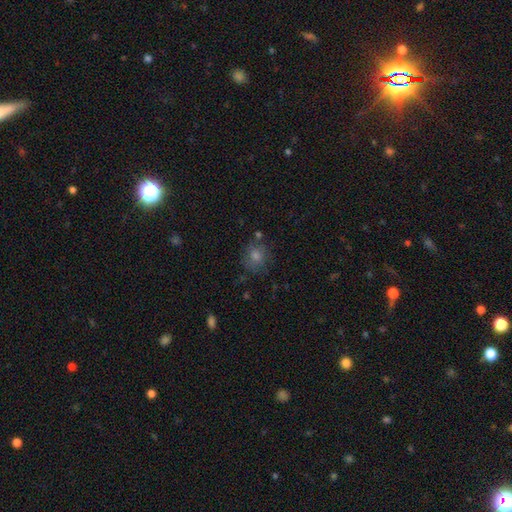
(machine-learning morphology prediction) Smooth or featured?
  - smooth: 59% *
  - star or artifact: 25%
  - featured or disk: 16%
How rounded?
  - round: 81% *
  - in between: 18%
  - cigar-shaped: 1%
Merging?
  - none: 77% *
  - minor disturbance: 14%
  - major disturbance: 5%
  - merger: 4%